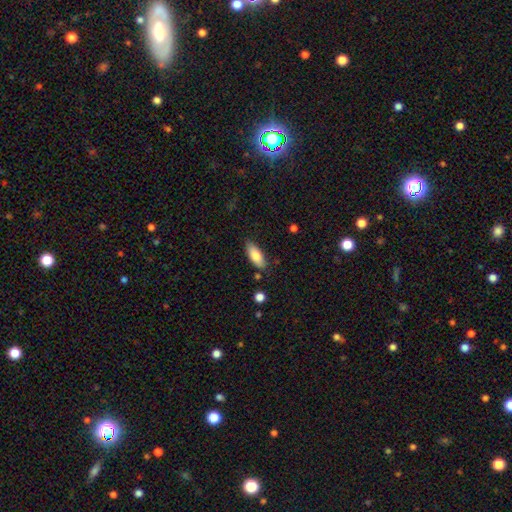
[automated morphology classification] Overall: smooth (80%). How rounded: in between (80%). Merging: none (82%).